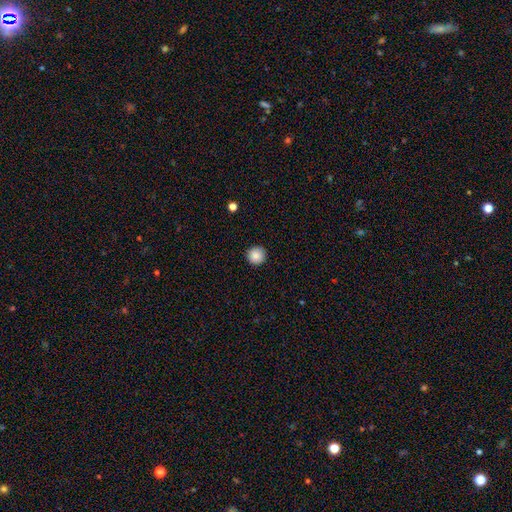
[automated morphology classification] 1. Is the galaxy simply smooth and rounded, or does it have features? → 87% smooth, 9% star or artifact, 4% featured or disk.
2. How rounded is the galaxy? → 95% round, 4% in between, 1% cigar-shaped.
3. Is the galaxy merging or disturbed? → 92% none, 6% minor disturbance, 2% major disturbance, 1% merger.